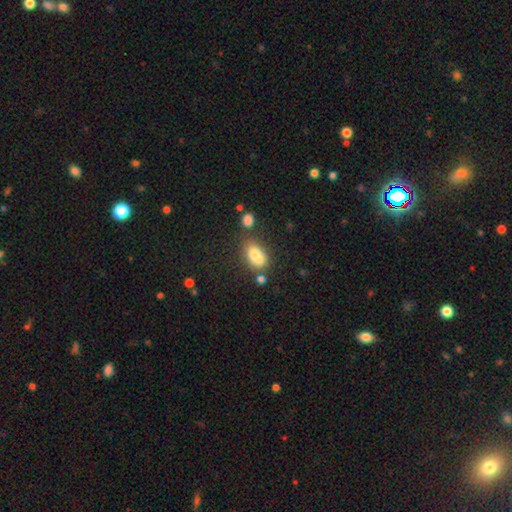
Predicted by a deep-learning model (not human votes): Morphology: type=smooth (78%); roundness=in between (85%); merging=none (47%).